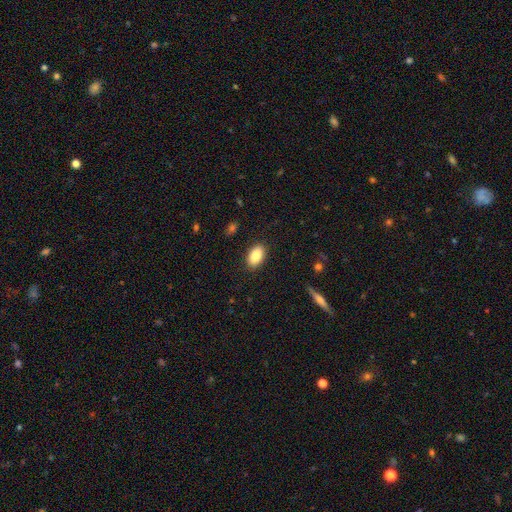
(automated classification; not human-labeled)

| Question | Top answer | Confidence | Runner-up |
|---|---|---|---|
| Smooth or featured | smooth | 88% | star or artifact (7%) |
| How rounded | in between | 93% | round (5%) |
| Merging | none | 88% | minor disturbance (9%) |